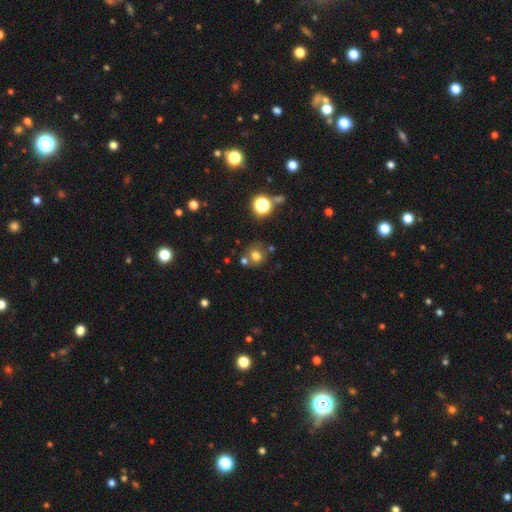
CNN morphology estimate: A smooth galaxy with no disk features (72%) that is round (82%). Merging: none (65%).